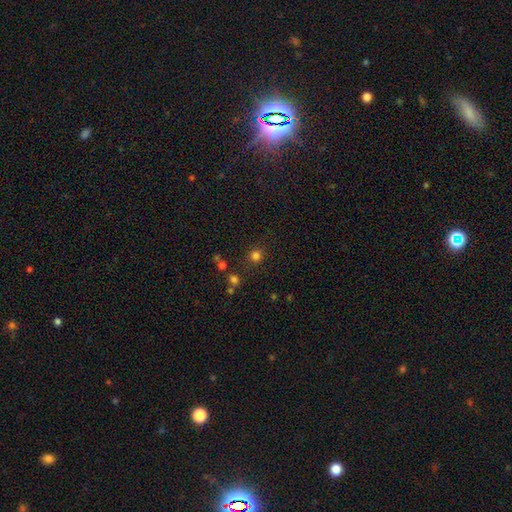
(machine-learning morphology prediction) smooth-or-featured: smooth: 77% | star or artifact: 18% | featured or disk: 5%
  how-rounded: round: 92% | in between: 7% | cigar-shaped: 1%
  merging: none: 85% | minor disturbance: 8% | merger: 4% | major disturbance: 3%